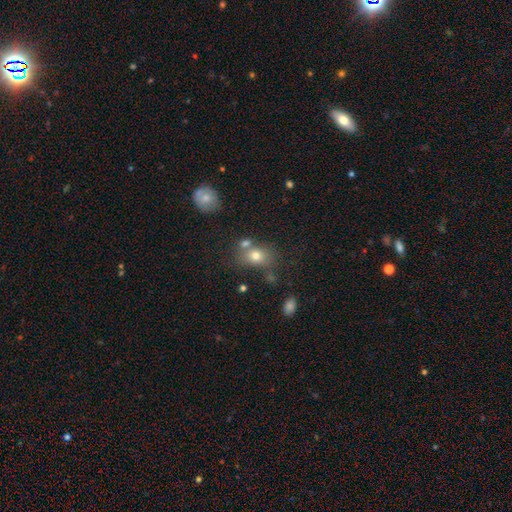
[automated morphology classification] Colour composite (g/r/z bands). It shows a smooth galaxy with no disk features (74%) that is in between round and cigar-shaped (60%). Merging: none (57%).